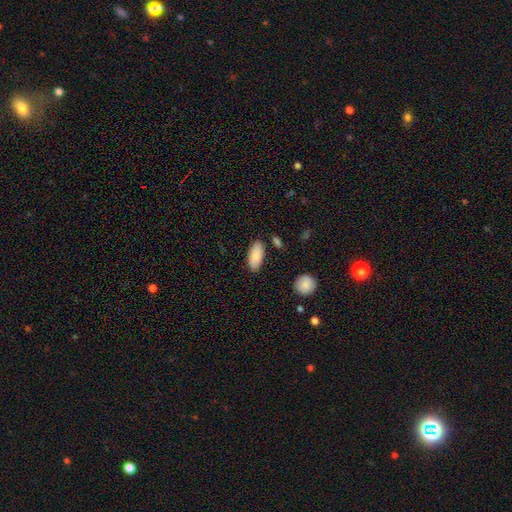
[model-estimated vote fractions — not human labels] Overall: smooth (86%). How rounded: in between (88%). Merging: none (84%).